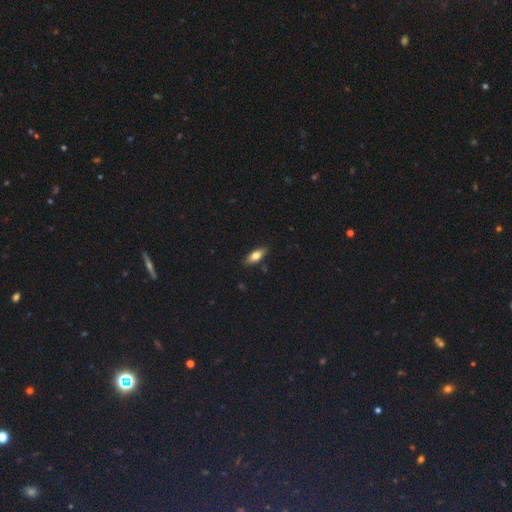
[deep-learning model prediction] Smooth or featured?
  - smooth: 70% *
  - featured or disk: 23%
  - star or artifact: 7%
How rounded?
  - in between: 75% *
  - cigar-shaped: 22%
  - round: 3%
Merging?
  - none: 86% *
  - minor disturbance: 11%
  - major disturbance: 2%
  - merger: 1%